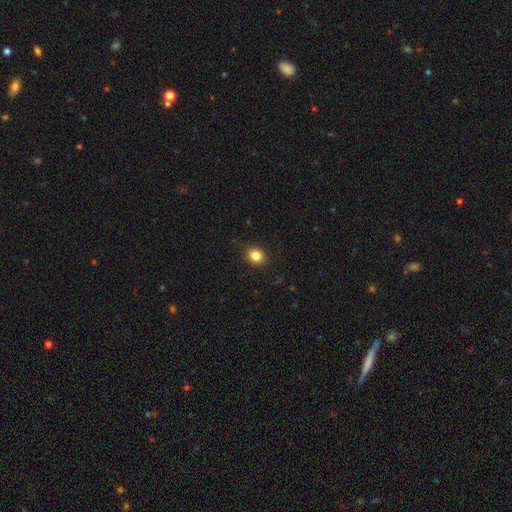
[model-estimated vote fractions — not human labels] smooth-or-featured: smooth: 84% | star or artifact: 11% | featured or disk: 5%
  how-rounded: round: 61% | in between: 38% | cigar-shaped: 1%
  merging: none: 89% | minor disturbance: 8% | major disturbance: 2% | merger: 1%